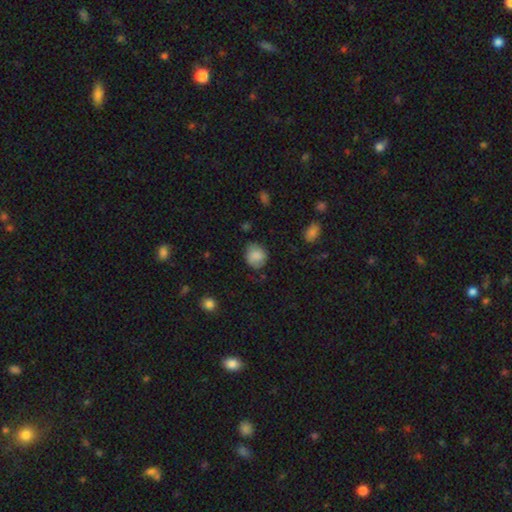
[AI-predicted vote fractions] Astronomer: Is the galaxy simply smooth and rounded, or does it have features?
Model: smooth — 81%.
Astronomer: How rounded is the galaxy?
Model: round — 73%.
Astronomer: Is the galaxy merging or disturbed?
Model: none — 68%.